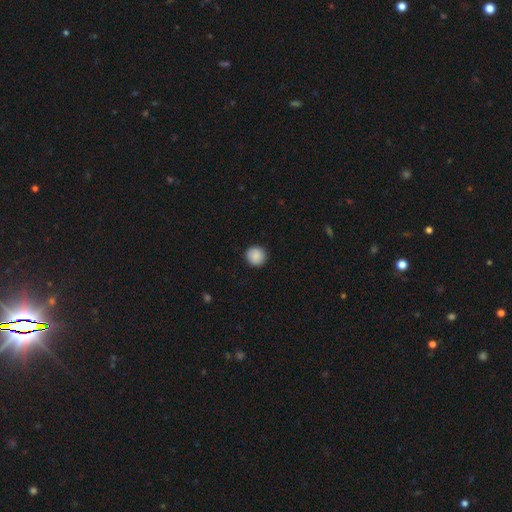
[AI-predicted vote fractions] Overall: smooth (89%). How rounded: round (94%). Merging: none (91%).